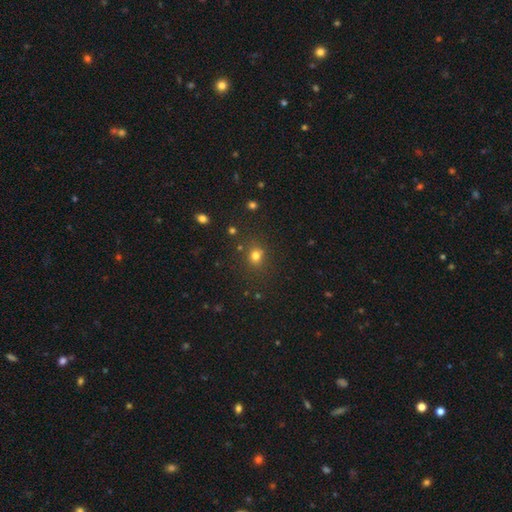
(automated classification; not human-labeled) This is likely a smooth galaxy (74%). How rounded: likely round (71%). Merging: likely none (77%).